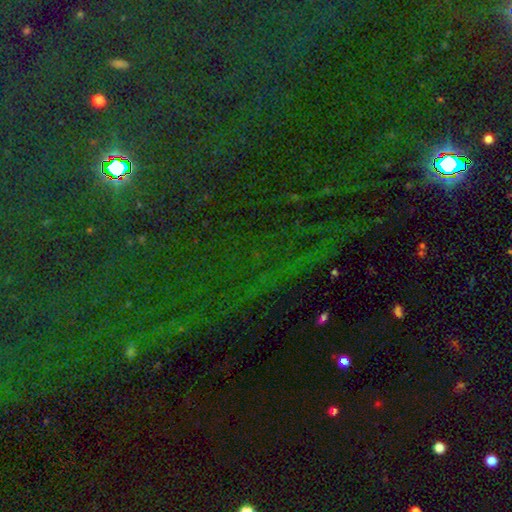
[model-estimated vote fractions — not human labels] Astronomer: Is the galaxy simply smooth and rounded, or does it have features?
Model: star or artifact — 81%.